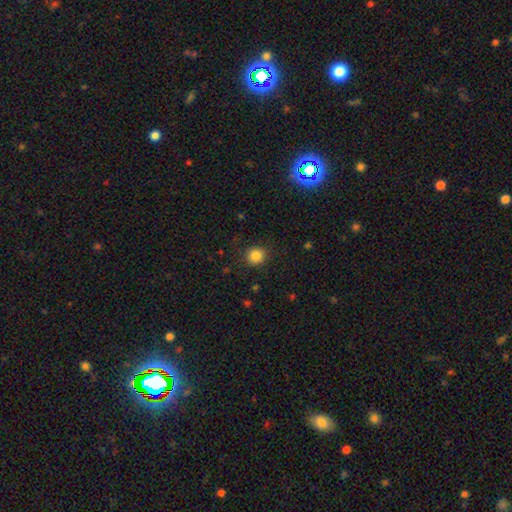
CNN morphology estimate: This is clearly a smooth galaxy (84%). How rounded: clearly round (89%). Merging: clearly none (88%).